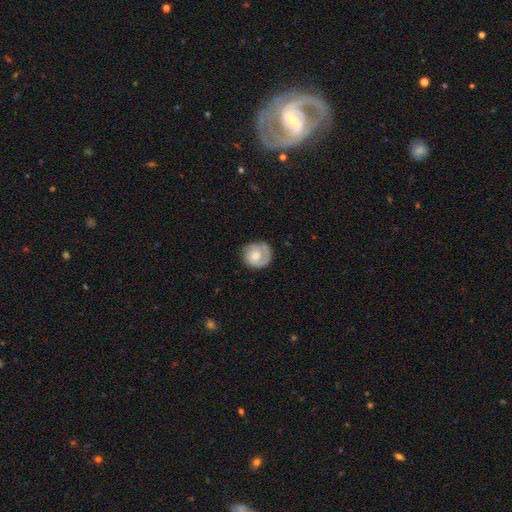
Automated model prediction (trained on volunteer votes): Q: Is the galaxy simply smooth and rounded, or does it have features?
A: featured or disk — 52%.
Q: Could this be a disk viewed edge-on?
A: no — 97%.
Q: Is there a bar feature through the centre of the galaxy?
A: no — 77%.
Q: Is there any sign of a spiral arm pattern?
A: yes — 79%.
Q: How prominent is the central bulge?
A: moderate — 52%.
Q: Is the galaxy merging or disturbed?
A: none — 69%.